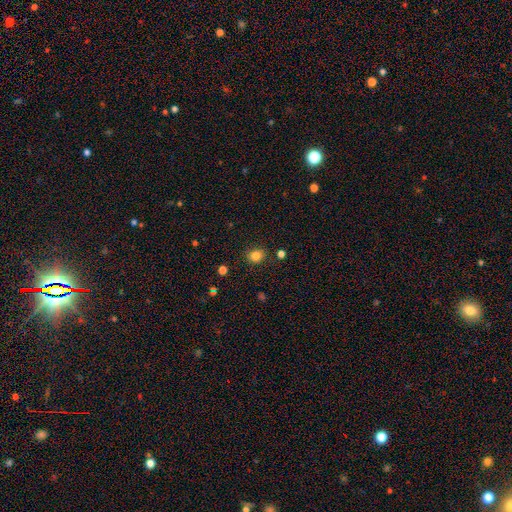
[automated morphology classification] Q: Smooth or featured?
A: smooth (83%); runner-up: star or artifact (12%)
Q: How rounded?
A: round (67%); runner-up: in between (32%)
Q: Merging?
A: none (86%); runner-up: minor disturbance (9%)